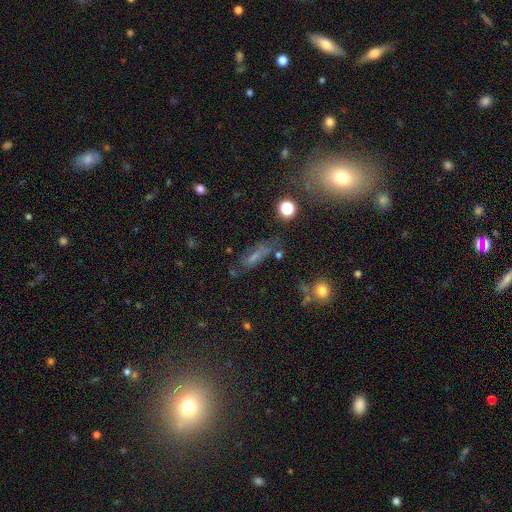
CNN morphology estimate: Overall: smooth (50%; featured or disk 28%). Merging: none (64%).